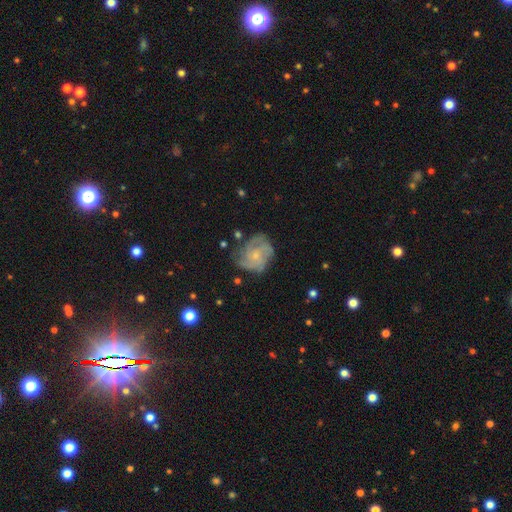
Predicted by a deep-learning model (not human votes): This is likely a featured or disk galaxy (74%). It is clearly not viewed edge-on (98%). Bar: likely no (78%). Spiral arm pattern: clearly yes (89%). Spiral arm count: marginally 3 (30%). Spiral winding: possibly tight (49%). Central bulge: likely small (73%). Merging: likely none (61%).